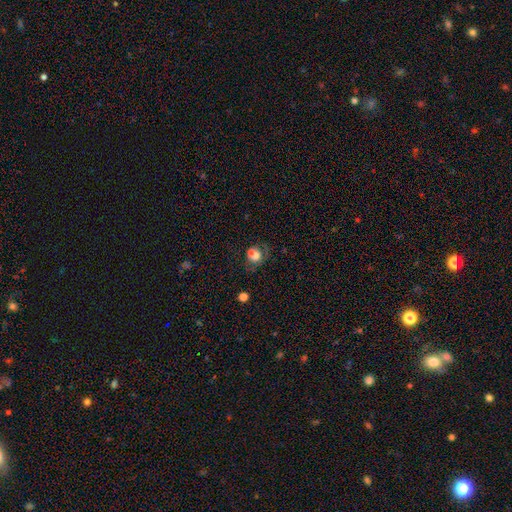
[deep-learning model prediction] This appears to be a smooth galaxy with no disk features (62%) that is round (64%). Merging: none (37%).